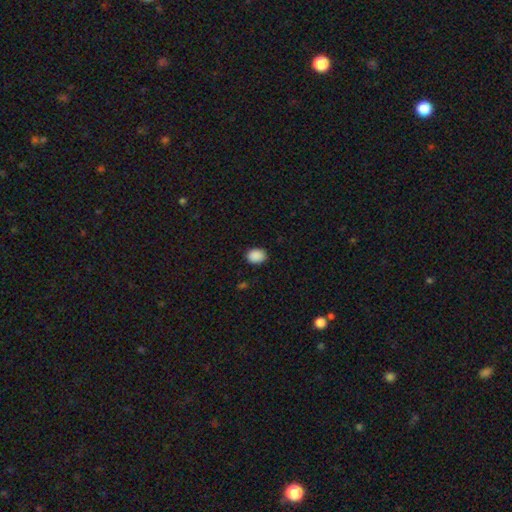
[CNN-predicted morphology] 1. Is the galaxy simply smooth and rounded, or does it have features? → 89% smooth, 8% star or artifact, 2% featured or disk.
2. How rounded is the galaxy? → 52% in between, 47% round, 1% cigar-shaped.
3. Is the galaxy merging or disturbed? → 88% none, 9% minor disturbance, 2% major disturbance, 1% merger.